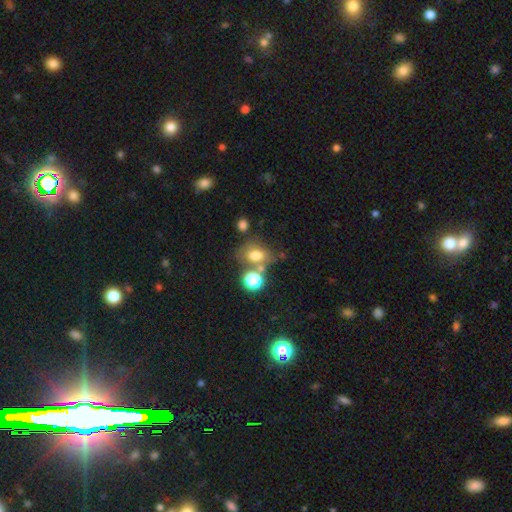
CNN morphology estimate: Smooth or featured? smooth (67%)
How rounded? in between (62%)
Merging? none (48%)